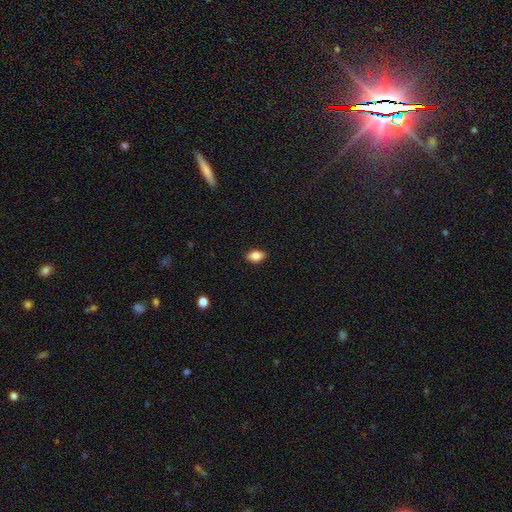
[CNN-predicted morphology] smooth-or-featured: smooth: 80% | featured or disk: 12% | star or artifact: 8%
  how-rounded: in between: 85% | round: 10% | cigar-shaped: 5%
  merging: none: 85% | minor disturbance: 11% | major disturbance: 2% | merger: 1%